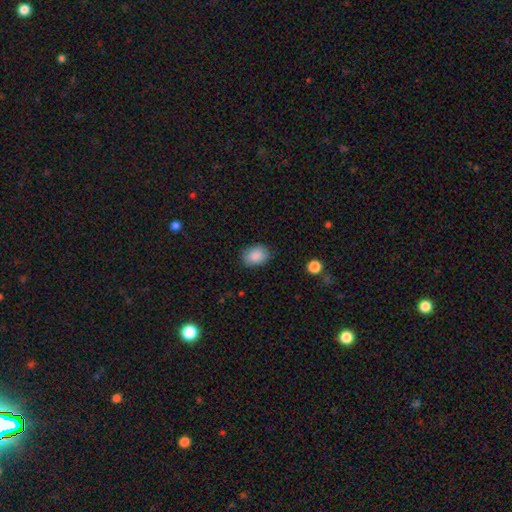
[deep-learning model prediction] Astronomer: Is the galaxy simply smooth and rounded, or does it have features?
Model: smooth — 88%.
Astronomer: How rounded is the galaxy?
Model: in between — 76%.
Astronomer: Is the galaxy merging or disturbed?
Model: none — 84%.